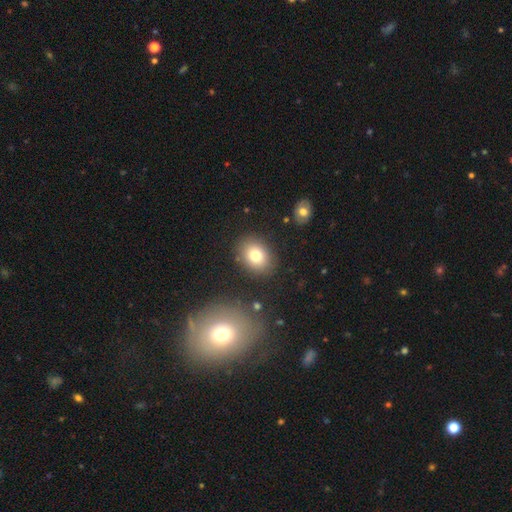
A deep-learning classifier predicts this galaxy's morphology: A smooth galaxy with no disk features (78%) that is in between round and cigar-shaped (51%).

Vote fractions:
- Smooth or featured? smooth: 78% / featured or disk: 12% / star or artifact: 11%
- How rounded? in between: 51% / round: 48% / cigar-shaped: 1%
- Merging? none: 85% / minor disturbance: 9% / major disturbance: 3% / merger: 3%